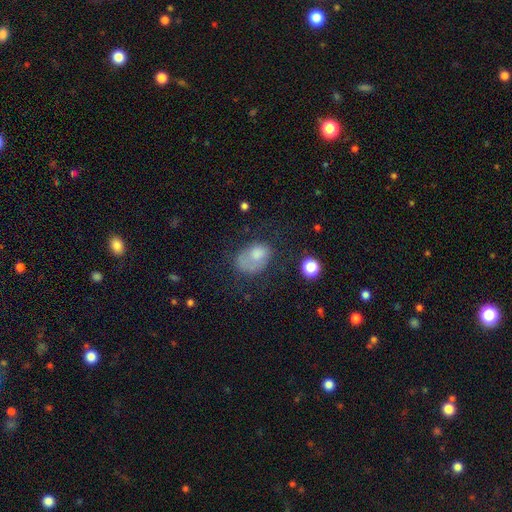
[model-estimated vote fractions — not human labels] smooth 65%, featured or disk 25%, star or artifact 10%. Down the decision tree: how rounded — in between (72%); merging — none (36%).